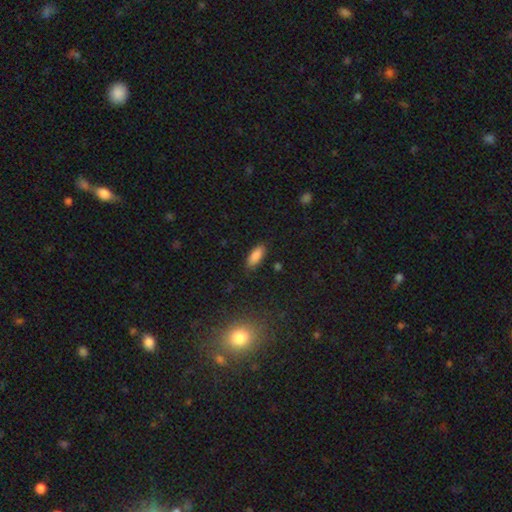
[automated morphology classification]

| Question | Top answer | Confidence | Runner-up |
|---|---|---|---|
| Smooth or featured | smooth | 86% | star or artifact (8%) |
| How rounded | in between | 81% | cigar-shaped (17%) |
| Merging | none | 85% | minor disturbance (11%) |